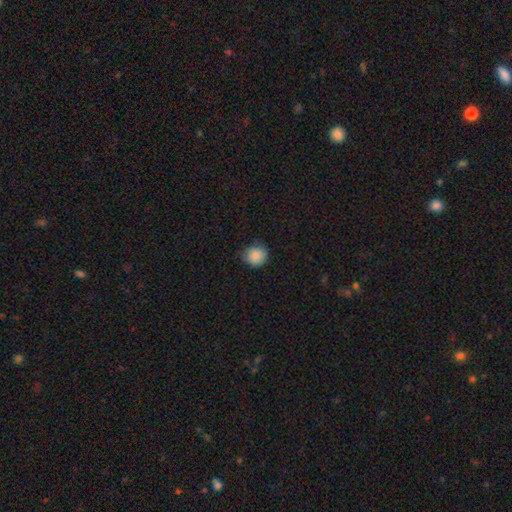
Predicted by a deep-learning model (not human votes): Smooth or featured: smooth — 86% (star or artifact — 9%)
How rounded: round — 86% (in between — 13%)
Merging: none — 72% (minor disturbance — 24%)